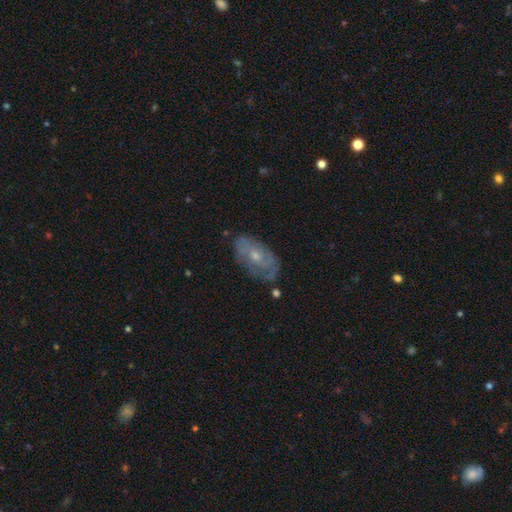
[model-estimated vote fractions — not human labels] Morphology: type=featured or disk (66%); edge-on=no (93%); bar=no (75%); spiral arms=yes (72%); bulge=small (52%); merging=none (67%).